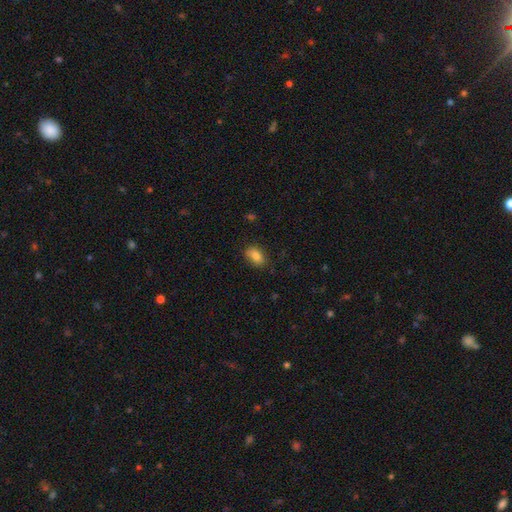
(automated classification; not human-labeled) smooth-or-featured: smooth: 84% | featured or disk: 8% | star or artifact: 8%
  how-rounded: in between: 87% | round: 9% | cigar-shaped: 4%
  merging: none: 77% | minor disturbance: 18% | major disturbance: 4% | merger: 1%